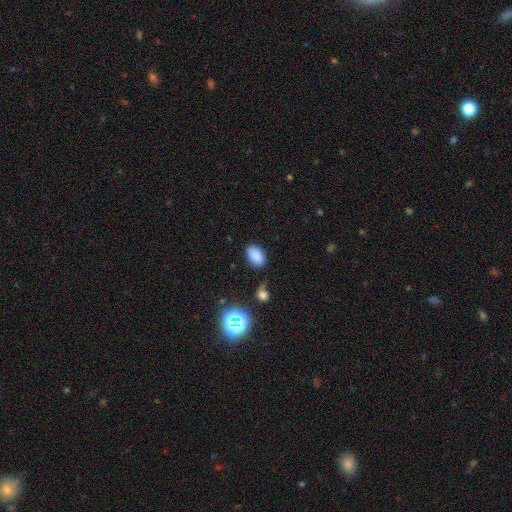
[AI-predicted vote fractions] smooth_or_featured: smooth (p=0.83) [alt: star or artifact p=0.12]
how_rounded: in between (p=0.91) [alt: round p=0.08]
merging: none (p=0.76) [alt: minor disturbance p=0.16]